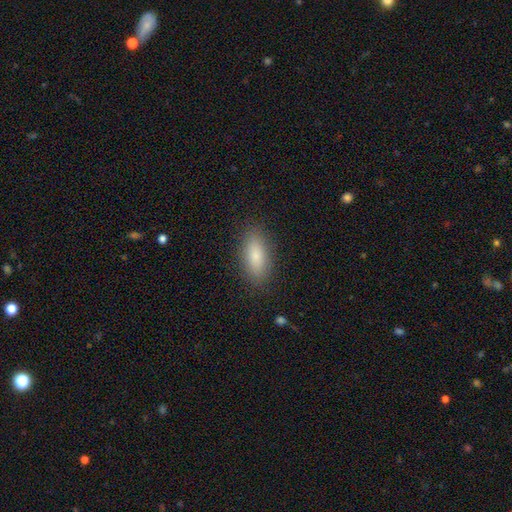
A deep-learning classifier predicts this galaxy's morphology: Overall: smooth (82%). How rounded: in between (79%). Merging: none (87%).